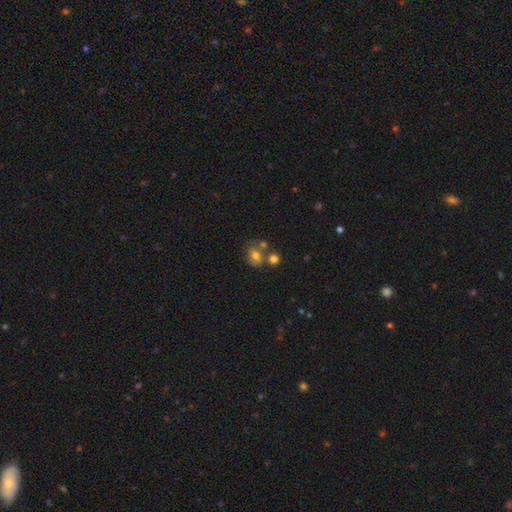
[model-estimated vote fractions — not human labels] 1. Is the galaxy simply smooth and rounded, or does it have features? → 64% smooth, 23% featured or disk, 13% star or artifact.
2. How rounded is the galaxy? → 56% round, 43% in between, 1% cigar-shaped.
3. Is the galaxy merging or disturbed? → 46% none, 29% merger, 17% minor disturbance, 8% major disturbance.